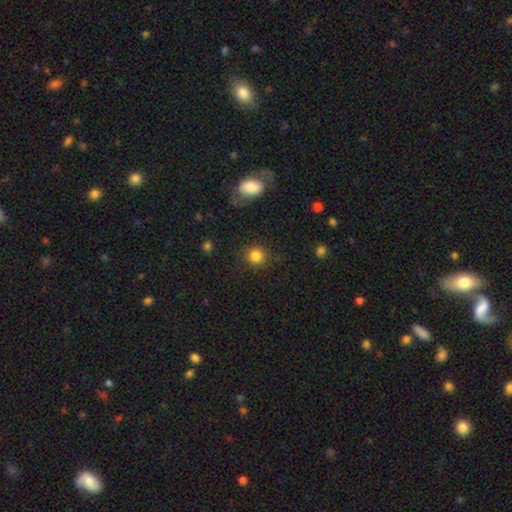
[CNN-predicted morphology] A smooth galaxy with no disk features (85%) that is round (89%). Merging: none (87%).